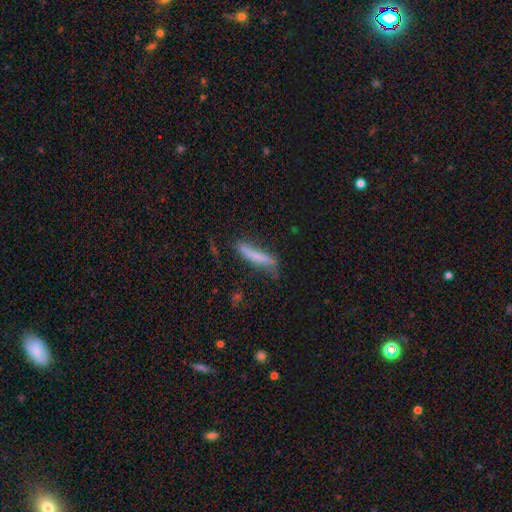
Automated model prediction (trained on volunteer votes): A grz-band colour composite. It shows a smooth galaxy with no disk features (69%) that is cigar-shaped (89%). Merging: none (60%).